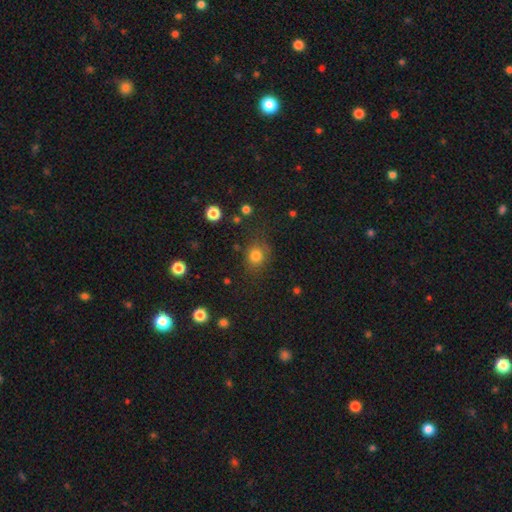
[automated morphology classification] smooth-or-featured: smooth: 79% | star or artifact: 14% | featured or disk: 7%
  how-rounded: round: 74% | in between: 25% | cigar-shaped: 1%
  merging: none: 76% | minor disturbance: 15% | major disturbance: 6% | merger: 3%